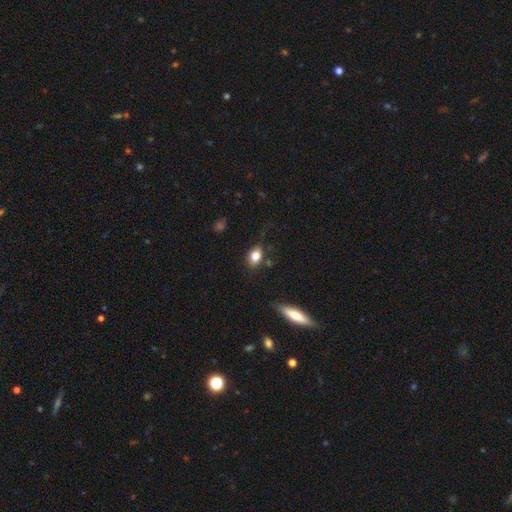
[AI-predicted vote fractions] Morphology: type=smooth (81%); roundness=in between (73%); merging=none (71%).